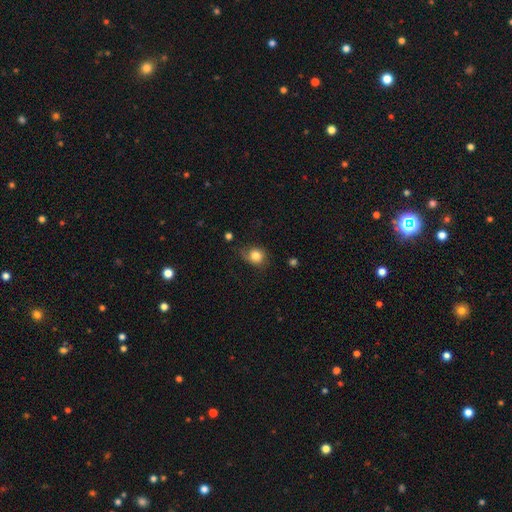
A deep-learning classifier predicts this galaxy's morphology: Smooth or featured: smooth — 82% (star or artifact — 10%)
How rounded: round — 72% (in between — 27%)
Merging: none — 60% (minor disturbance — 29%)